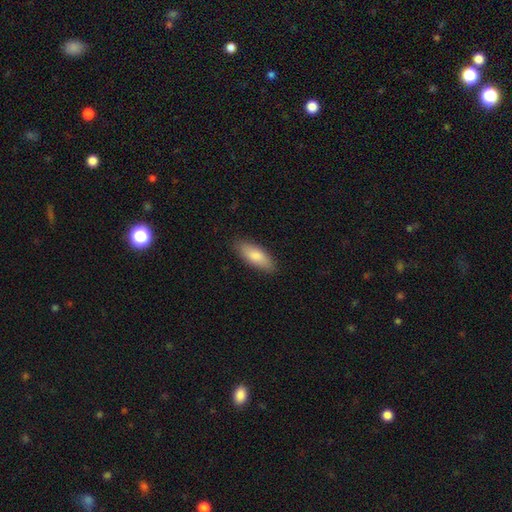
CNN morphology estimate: type=smooth (83%); roundness=in between (75%); merging=none (85%).